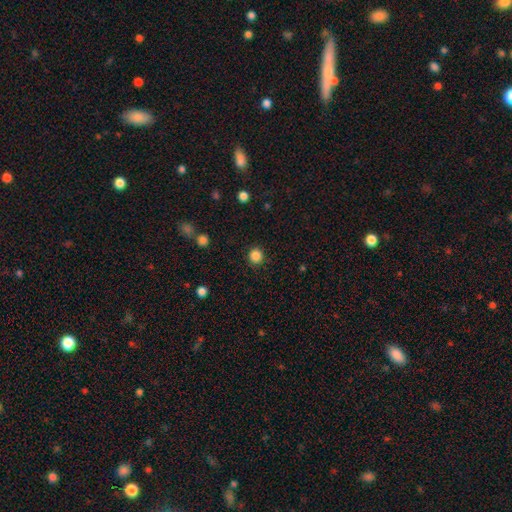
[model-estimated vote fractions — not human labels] Smooth or featured? Predicted: smooth (p=0.85). How rounded? Predicted: round (p=0.93). Merging? Predicted: none (p=0.91).